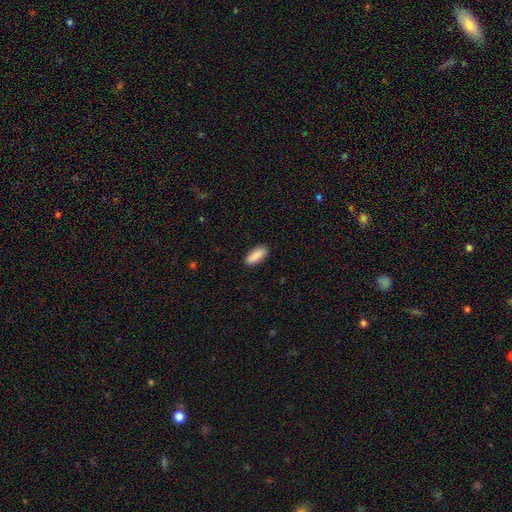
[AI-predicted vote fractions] Smooth or featured: smooth — 90% (star or artifact — 6%)
How rounded: in between — 81% (cigar-shaped — 17%)
Merging: none — 89% (minor disturbance — 8%)